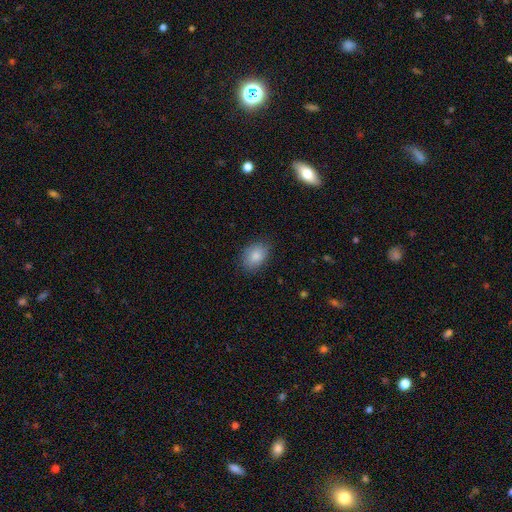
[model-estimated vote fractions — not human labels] smooth-or-featured: smooth: 85% | star or artifact: 8% | featured or disk: 7%
  how-rounded: in between: 77% | round: 22% | cigar-shaped: 1%
  merging: none: 82% | minor disturbance: 14% | major disturbance: 3% | merger: 1%